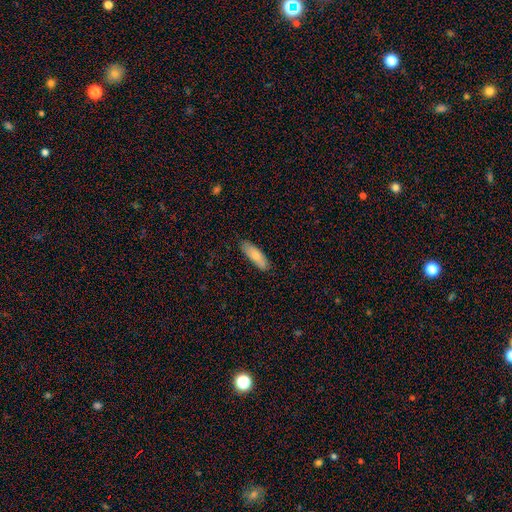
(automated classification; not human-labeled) Q: Smooth or featured?
A: smooth (80%); runner-up: featured or disk (15%)
Q: How rounded?
A: in between (56%); runner-up: cigar-shaped (43%)
Q: Merging?
A: none (84%); runner-up: minor disturbance (13%)